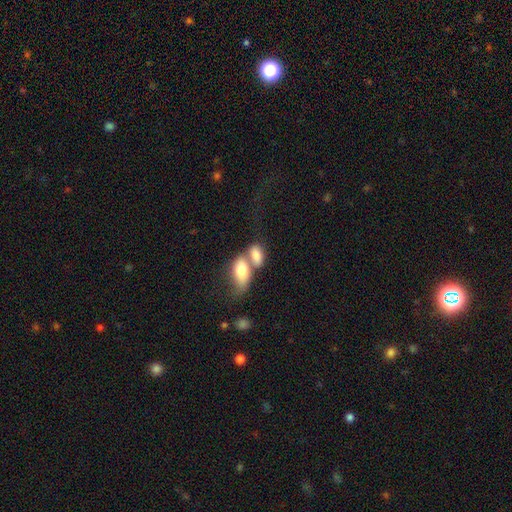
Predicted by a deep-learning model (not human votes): Smooth or featured? smooth (76%)
How rounded? in between (88%)
Merging? merger (67%)